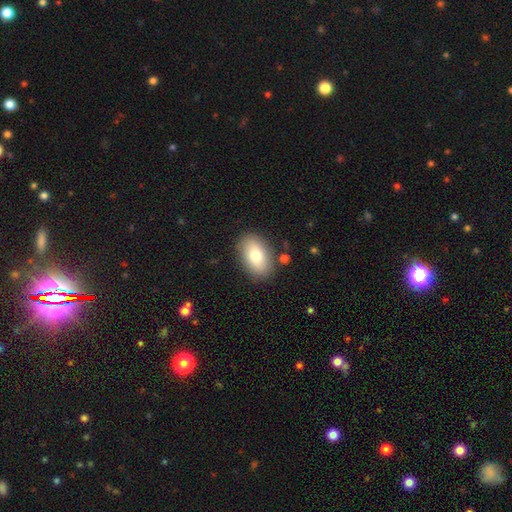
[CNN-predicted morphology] smooth-or-featured: smooth: 77% | featured or disk: 16% | star or artifact: 7%
  how-rounded: in between: 89% | round: 9% | cigar-shaped: 1%
  merging: none: 85% | minor disturbance: 10% | major disturbance: 3% | merger: 2%